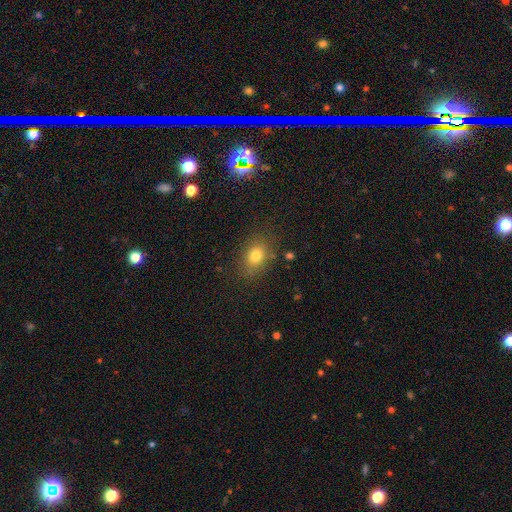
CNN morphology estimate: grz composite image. It shows a smooth galaxy with no disk features (78%) that is in between round and cigar-shaped (63%). Merging: none (80%).